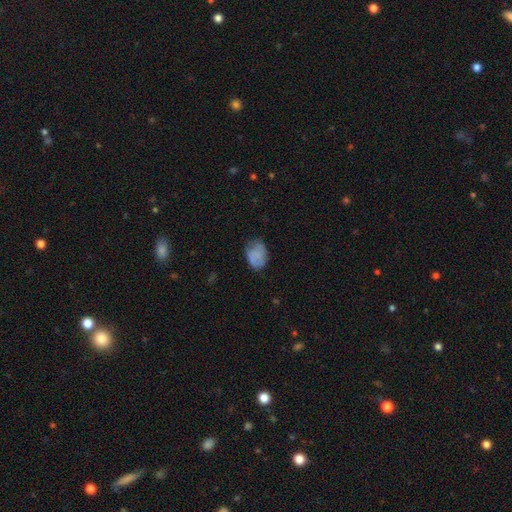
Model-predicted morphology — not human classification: smooth_or_featured: smooth (p=0.76) [alt: featured or disk p=0.15]
how_rounded: in between (p=0.75) [alt: round p=0.24]
merging: none (p=0.62) [alt: minor disturbance p=0.28]